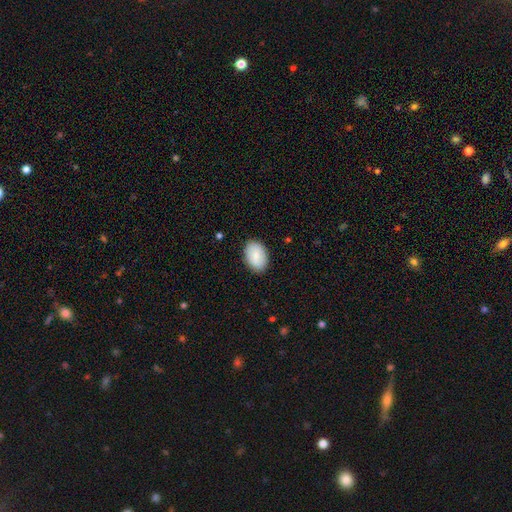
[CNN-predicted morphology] Smooth or featured? Predicted: smooth (p=0.84). How rounded? Predicted: in between (p=0.88). Merging? Predicted: none (p=0.87).